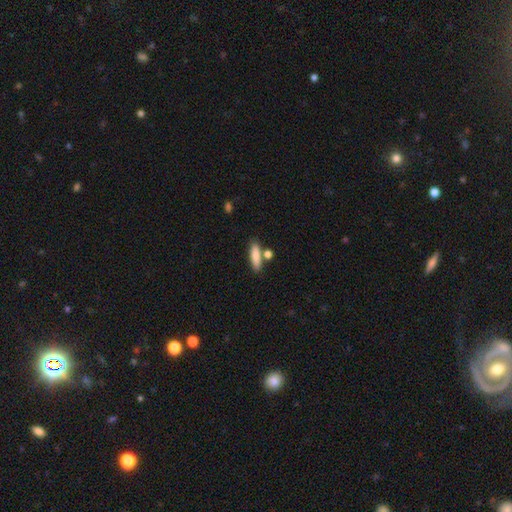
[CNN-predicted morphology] Overall: smooth (83%). How rounded: cigar-shaped (58%; in between 38%). Merging: none (72%).